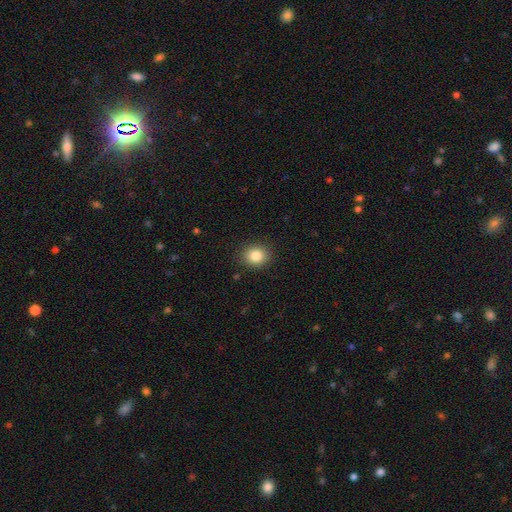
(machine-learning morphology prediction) Overall: smooth (84%). How rounded: round (71%). Merging: none (89%).